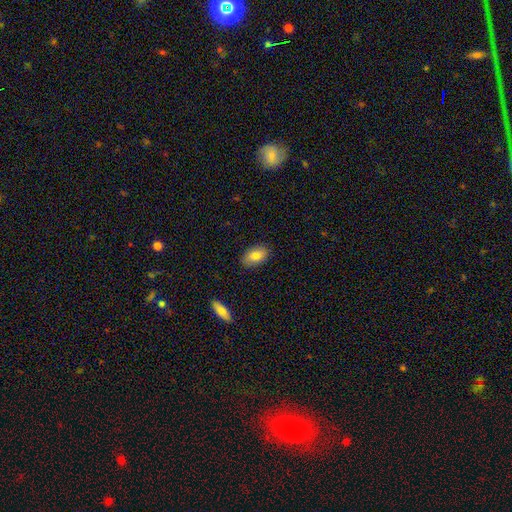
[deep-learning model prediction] A smooth galaxy with no disk features (84%) that is in between round and cigar-shaped (92%). Merging: none (85%).